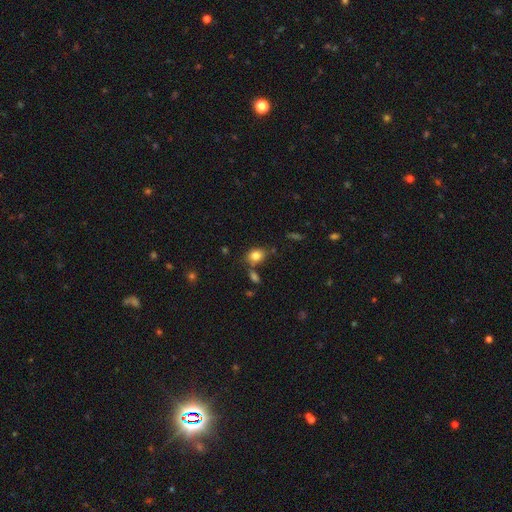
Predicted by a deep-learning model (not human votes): Smooth or featured? smooth (82%)
How rounded? in between (63%)
Merging? none (66%)